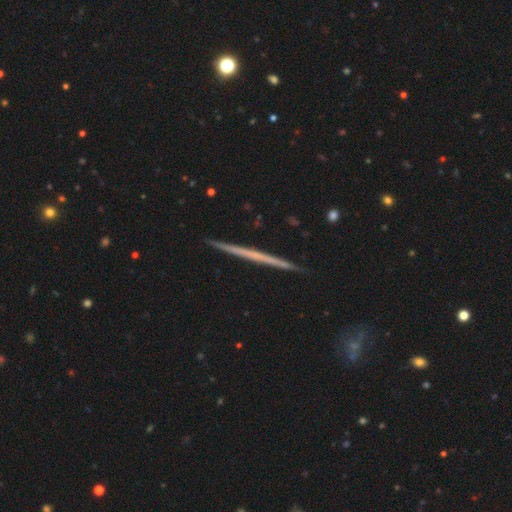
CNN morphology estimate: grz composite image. It shows a featured or disk galaxy (63%) viewed edge-on (98%) with no central bulge (88%). Merging: none (92%).